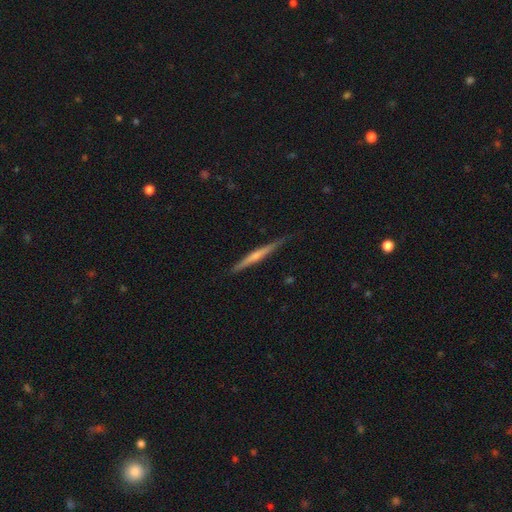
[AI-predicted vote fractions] A featured or disk galaxy (62%) viewed edge-on (98%) with a rounded central bulge (59%). Merging: none (85%).